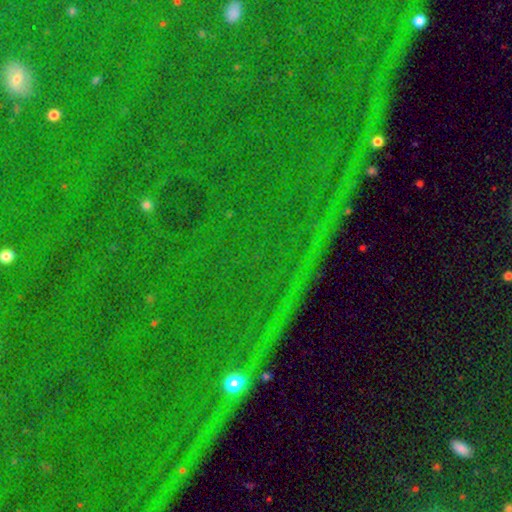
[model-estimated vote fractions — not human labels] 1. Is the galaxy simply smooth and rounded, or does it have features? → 83% star or artifact, 8% featured or disk, 8% smooth.